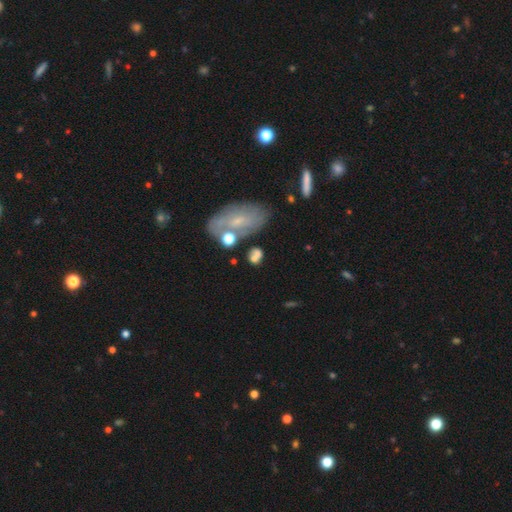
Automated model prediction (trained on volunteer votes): This is likely a smooth galaxy (66%). How rounded: possibly in between (52%). Merging: possibly none (49%).